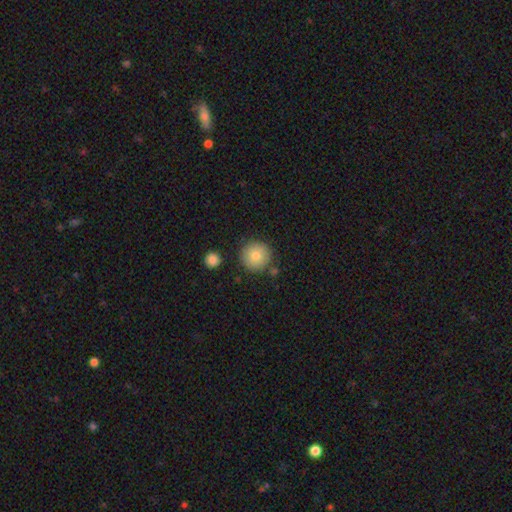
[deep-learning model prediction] A smooth galaxy with no disk features (79%) that is round (95%).

Vote fractions:
- Smooth or featured? smooth: 79% / featured or disk: 12% / star or artifact: 9%
- How rounded? round: 95% / in between: 4% / cigar-shaped: 1%
- Merging? none: 85% / minor disturbance: 8% / merger: 5% / major disturbance: 2%